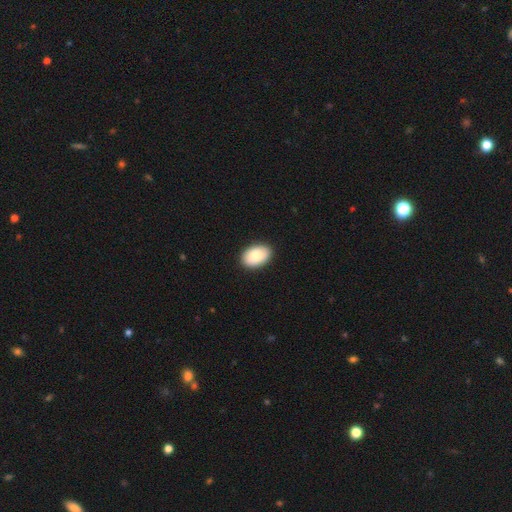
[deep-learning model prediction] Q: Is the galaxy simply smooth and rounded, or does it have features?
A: smooth — 85%.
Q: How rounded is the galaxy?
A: in between — 91%.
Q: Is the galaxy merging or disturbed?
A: none — 90%.